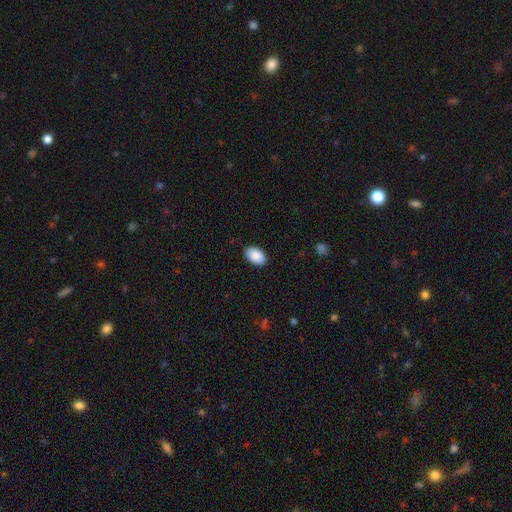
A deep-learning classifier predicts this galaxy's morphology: The model was most divided on "merging": none: 89%, minor disturbance: 8%, major disturbance: 2%, merger: 1%. More confident: how rounded — in between (92%); smooth or featured — smooth (90%).